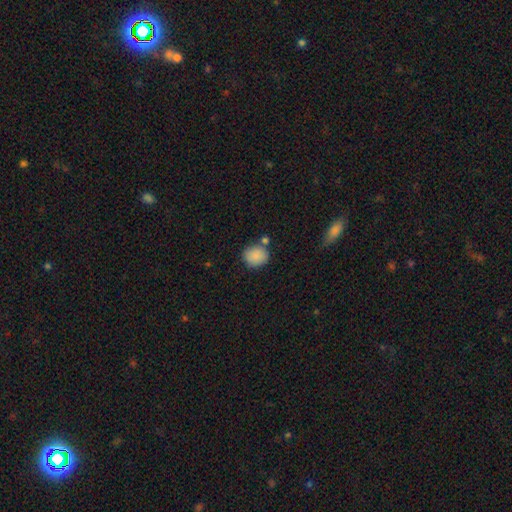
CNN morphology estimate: Smooth or featured? Predicted: smooth (p=0.87). How rounded? Predicted: round (p=0.73). Merging? Predicted: none (p=0.70).